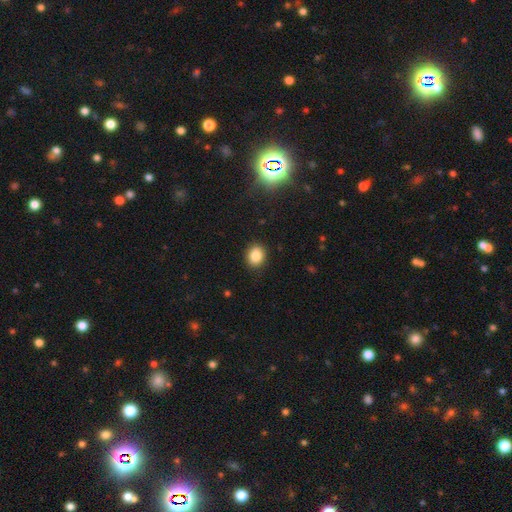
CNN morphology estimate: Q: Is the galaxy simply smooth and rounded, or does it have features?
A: smooth — 85%.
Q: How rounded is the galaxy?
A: round — 61%.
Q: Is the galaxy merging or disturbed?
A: none — 89%.